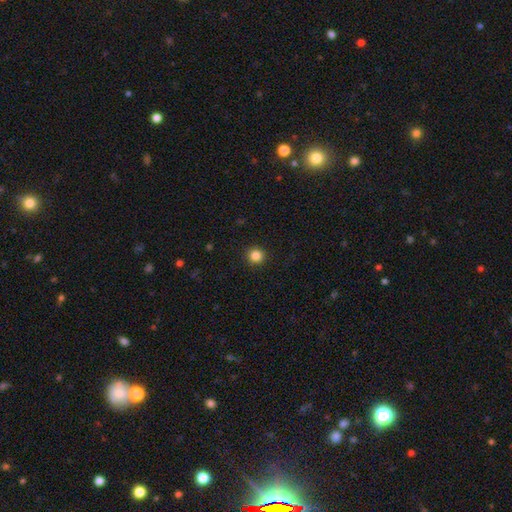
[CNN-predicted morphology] Smooth or featured? smooth (85%)
How rounded? round (93%)
Merging? none (92%)